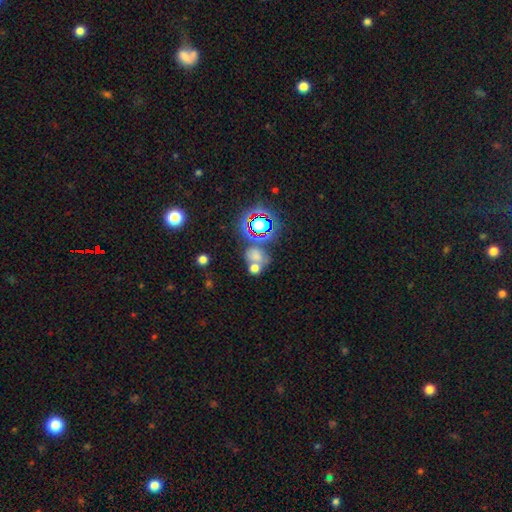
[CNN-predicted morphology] Smooth or featured? Predicted: smooth (p=0.57). How rounded? Predicted: round (p=0.67). Merging? Predicted: none (p=0.42).